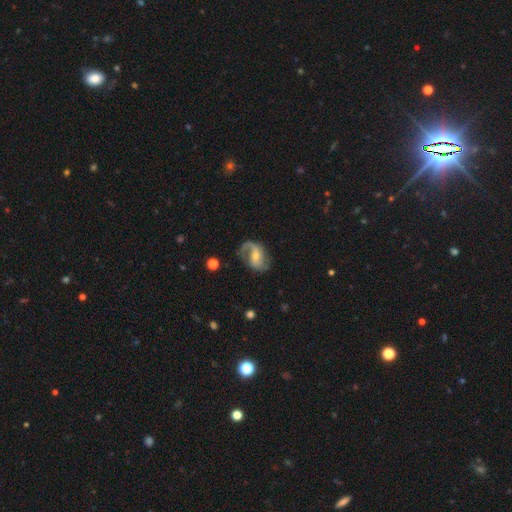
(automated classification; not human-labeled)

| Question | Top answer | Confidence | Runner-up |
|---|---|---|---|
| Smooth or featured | featured or disk | 82% | smooth (12%) |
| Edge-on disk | no | 97% | yes (3%) |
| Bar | weak | 45% | no (34%) |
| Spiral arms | yes | 94% | no (6%) |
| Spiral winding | loose | 45% | medium (41%) |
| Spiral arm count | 2 | 73% | 1 (19%) |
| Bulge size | moderate | 49% | small (45%) |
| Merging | none | 63% | minor disturbance (20%) |